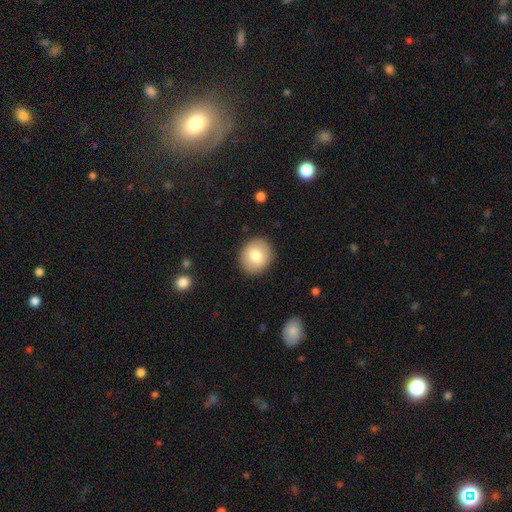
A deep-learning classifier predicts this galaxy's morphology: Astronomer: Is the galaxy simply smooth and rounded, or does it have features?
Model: smooth — 78%.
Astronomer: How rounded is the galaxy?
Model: round — 73%.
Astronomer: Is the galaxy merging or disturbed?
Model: none — 89%.